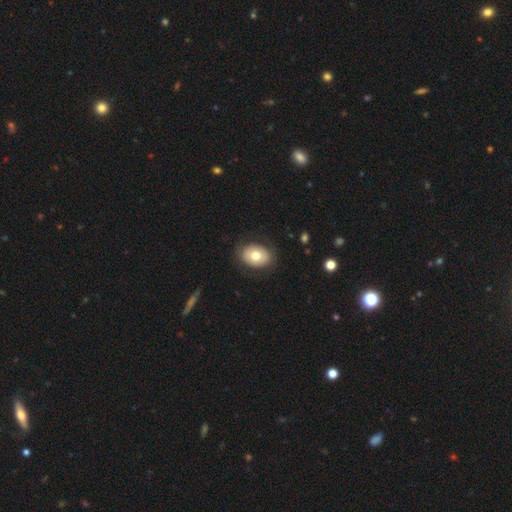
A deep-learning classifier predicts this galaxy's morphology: smooth 73%, featured or disk 20%, star or artifact 7%. Down the decision tree: how rounded — in between (72%); merging — none (83%).